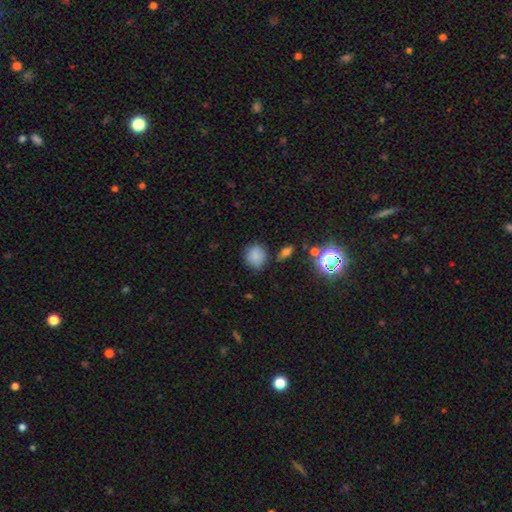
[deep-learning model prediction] A smooth galaxy with no disk features (81%) that is round (77%). Merging: none (78%).